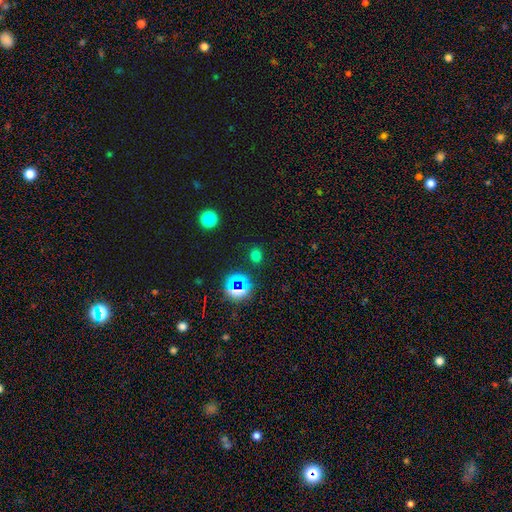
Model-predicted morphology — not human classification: Smooth or featured: smooth — 64% (star or artifact — 31%)
How rounded: round — 70% (in between — 29%)
Merging: none — 86% (minor disturbance — 8%)